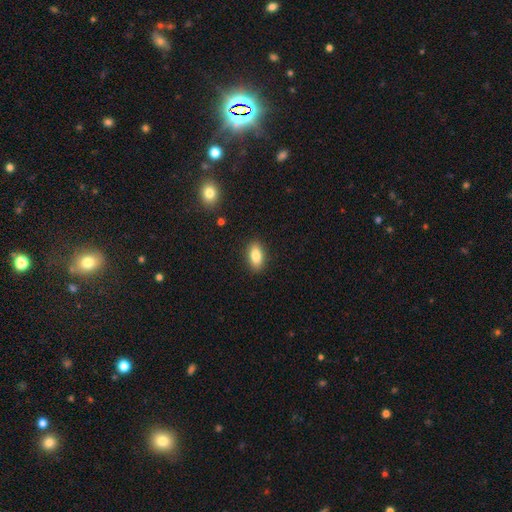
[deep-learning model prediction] smooth_or_featured: smooth (p=0.83) [alt: featured or disk p=0.09]
how_rounded: in between (p=0.89) [alt: cigar-shaped p=0.06]
merging: none (p=0.89) [alt: minor disturbance p=0.08]